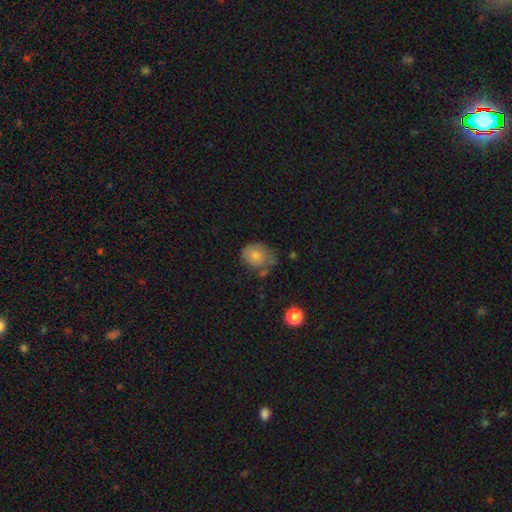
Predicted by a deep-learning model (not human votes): Overall: smooth (76%). How rounded: round (50%; in between 49%). Merging: none (47%; minor disturbance 32%).